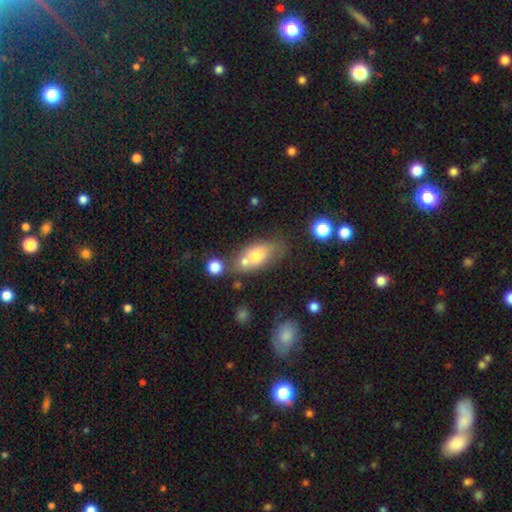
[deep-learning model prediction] smooth-or-featured: smooth: 68% | featured or disk: 23% | star or artifact: 9%
  how-rounded: in between: 80% | round: 12% | cigar-shaped: 8%
  merging: none: 39% | merger: 38% | minor disturbance: 16% | major disturbance: 7%